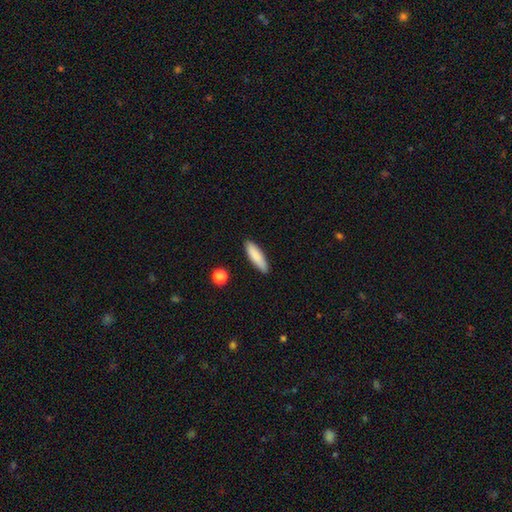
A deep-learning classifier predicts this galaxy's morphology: Q: Smooth or featured?
A: smooth (85%); runner-up: featured or disk (8%)
Q: How rounded?
A: cigar-shaped (66%); runner-up: in between (32%)
Q: Merging?
A: none (88%); runner-up: minor disturbance (9%)